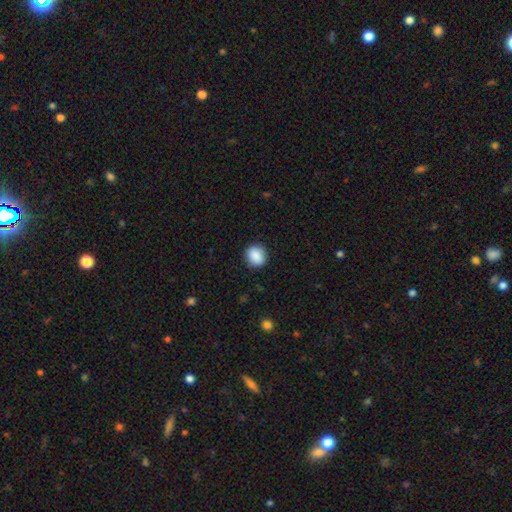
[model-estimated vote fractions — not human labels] smooth_or_featured: smooth (p=0.89) [alt: star or artifact p=0.08]
how_rounded: round (p=0.72) [alt: in between p=0.27]
merging: none (p=0.88) [alt: minor disturbance p=0.09]